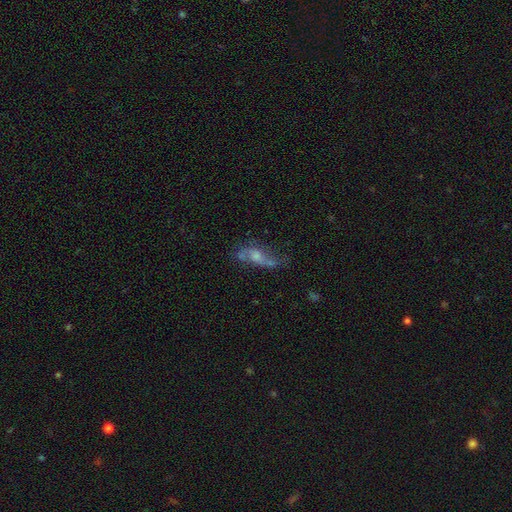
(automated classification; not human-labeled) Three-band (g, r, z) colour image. It shows a featured or disk galaxy (62%) with no bar (65%), spiral arms (75%) and a moderate central bulge (43%). Merging: none (48%).